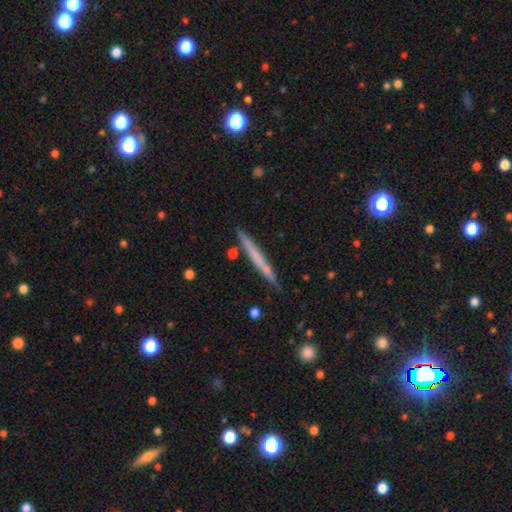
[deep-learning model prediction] Q: Smooth or featured?
A: smooth (51%); runner-up: featured or disk (43%)
Q: How rounded?
A: cigar-shaped (96%); runner-up: in between (2%)
Q: Merging?
A: none (85%); runner-up: minor disturbance (10%)